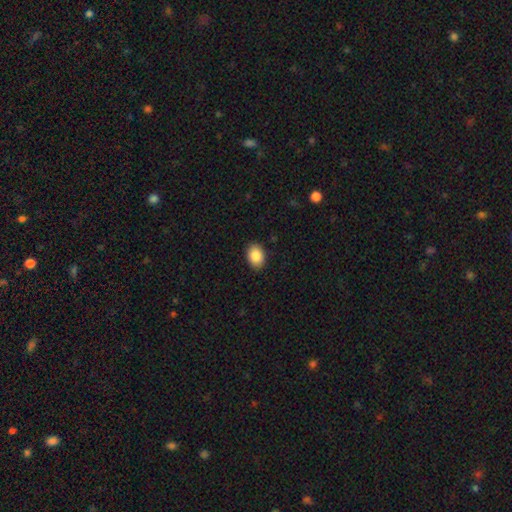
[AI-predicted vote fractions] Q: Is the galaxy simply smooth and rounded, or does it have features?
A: smooth — 87%.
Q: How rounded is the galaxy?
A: in between — 74%.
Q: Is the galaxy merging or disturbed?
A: none — 89%.